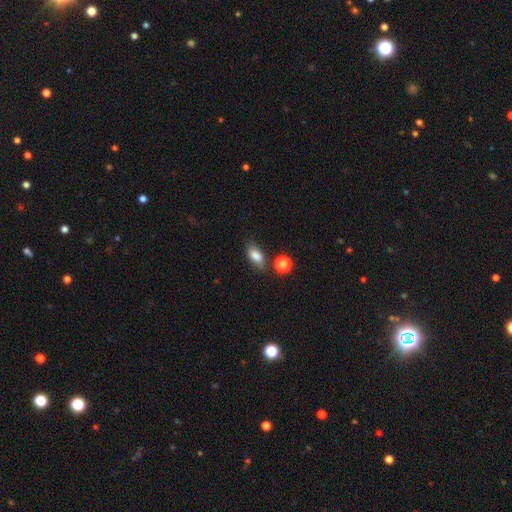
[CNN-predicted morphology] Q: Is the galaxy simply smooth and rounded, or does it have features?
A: smooth — 81%.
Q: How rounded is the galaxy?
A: in between — 83%.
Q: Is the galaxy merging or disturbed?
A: none — 72%.